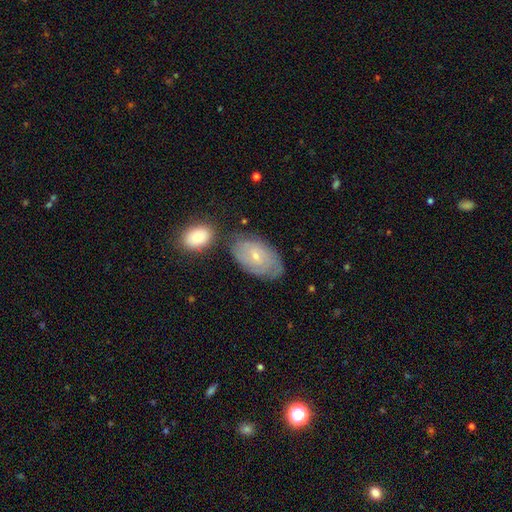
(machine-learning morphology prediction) This appears to be a featured or disk galaxy (54%) with no bar (64%), spiral arms (72%) and a small central bulge (73%). Merging: none (66%).